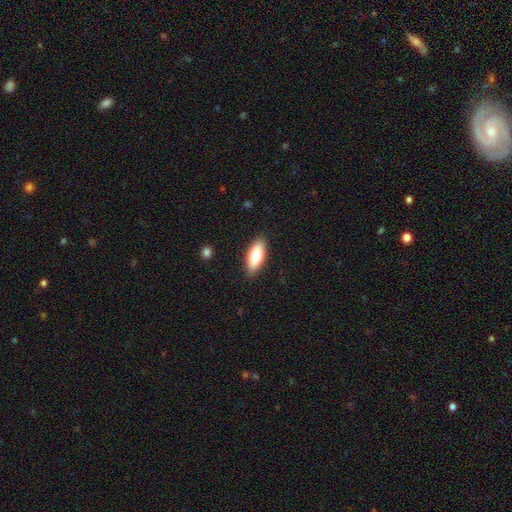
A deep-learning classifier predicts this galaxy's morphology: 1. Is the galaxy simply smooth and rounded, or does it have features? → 75% smooth, 19% featured or disk, 6% star or artifact.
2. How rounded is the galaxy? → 76% in between, 22% cigar-shaped, 2% round.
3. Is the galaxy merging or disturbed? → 88% none, 9% minor disturbance, 2% major disturbance, 1% merger.